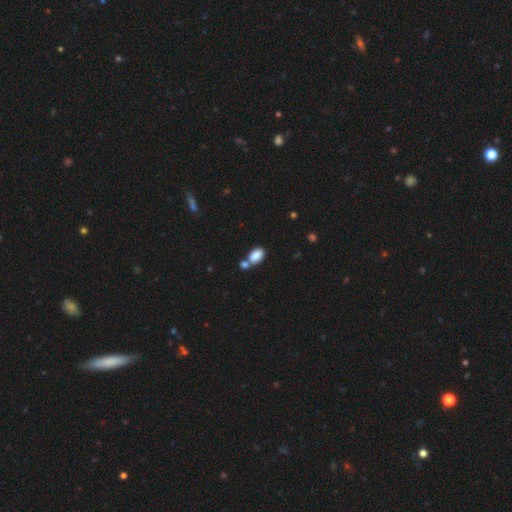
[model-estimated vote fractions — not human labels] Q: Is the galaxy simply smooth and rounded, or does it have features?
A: smooth — 86%.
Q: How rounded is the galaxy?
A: in between — 91%.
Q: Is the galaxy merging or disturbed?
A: none — 44%.